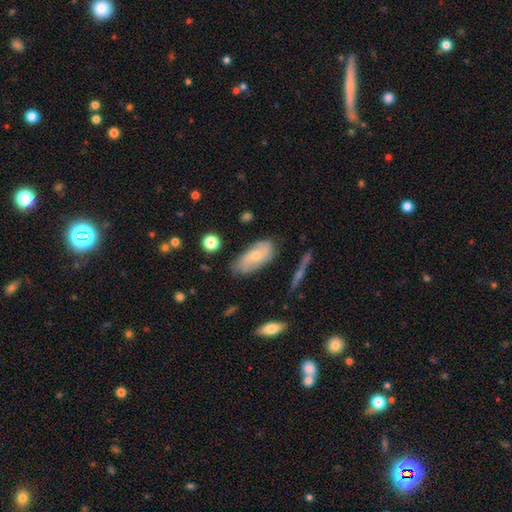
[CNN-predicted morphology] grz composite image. It shows a featured or disk galaxy (49%). Merging: none (66%).